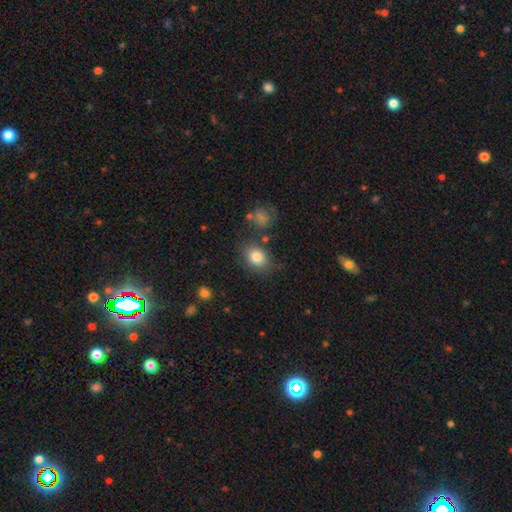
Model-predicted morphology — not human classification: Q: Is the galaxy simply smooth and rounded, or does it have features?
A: smooth — 83%.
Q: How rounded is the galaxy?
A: in between — 59%.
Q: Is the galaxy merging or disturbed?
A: none — 75%.